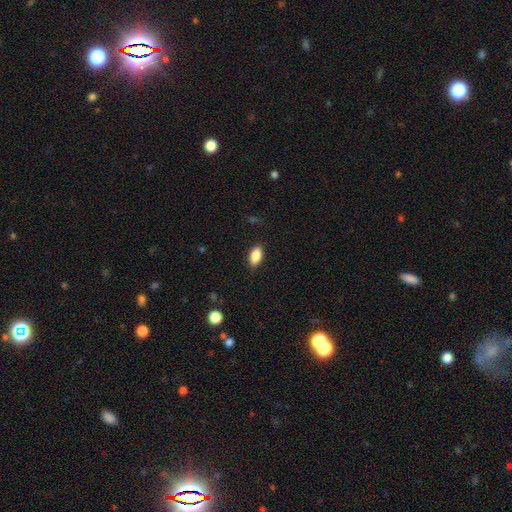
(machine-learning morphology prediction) A smooth galaxy with no disk features (86%) that is in between round and cigar-shaped (90%).

Vote fractions:
- Smooth or featured? smooth: 86% / star or artifact: 7% / featured or disk: 7%
- How rounded? in between: 90% / cigar-shaped: 6% / round: 4%
- Merging? none: 86% / minor disturbance: 10% / major disturbance: 2% / merger: 1%